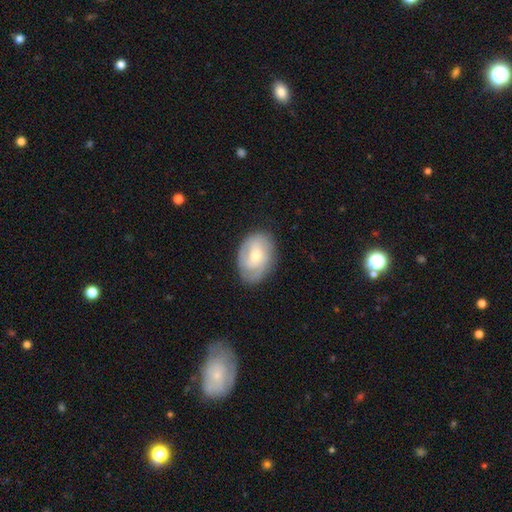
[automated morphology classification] The model was most divided on "bulge size": moderate: 47%, small: 45%, large: 5%, none: 2%, dominant: 1%. More confident: edge-on disk — no (96%); spiral arms — yes (83%); merging — none (77%); bar — no (61%); smooth or featured — featured or disk (58%).